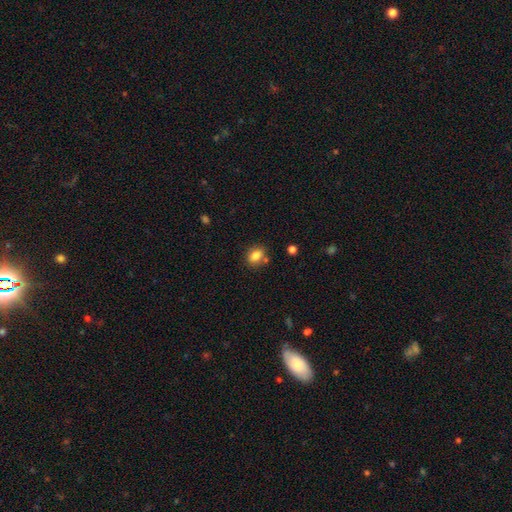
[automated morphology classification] Smooth or featured? Predicted: smooth (p=0.83). How rounded? Predicted: in between (p=0.58). Merging? Predicted: none (p=0.76).